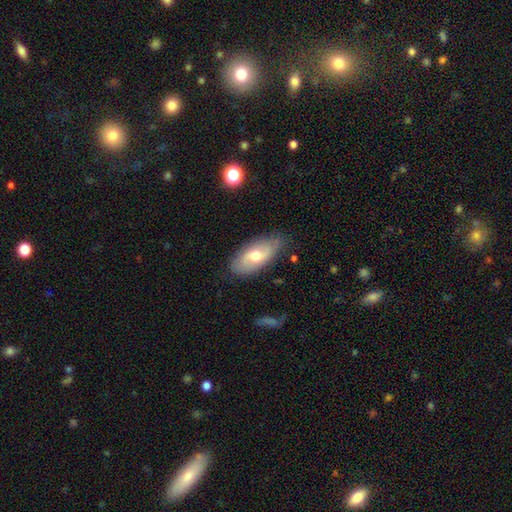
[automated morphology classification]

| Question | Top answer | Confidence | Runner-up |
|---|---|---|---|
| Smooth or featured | smooth | 48% | featured or disk (46%) |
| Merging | none | 78% | minor disturbance (18%) |